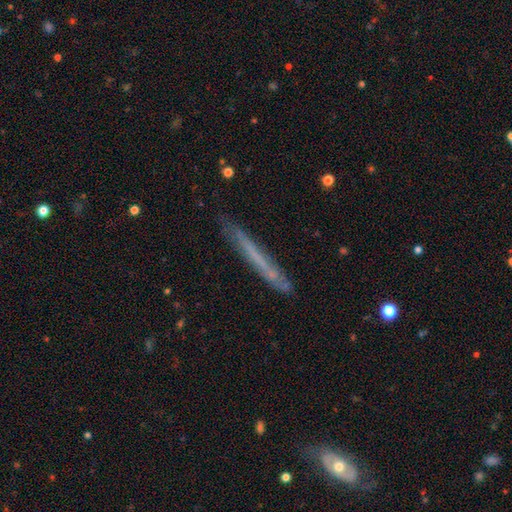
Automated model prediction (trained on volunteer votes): smooth 48%, featured or disk 44%, star or artifact 7%. Down the decision tree: merging — none (80%).